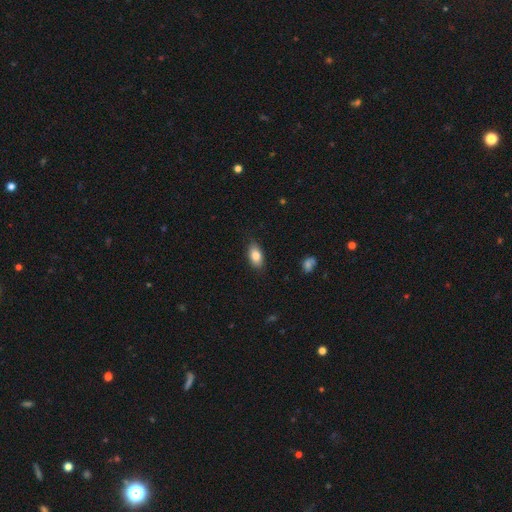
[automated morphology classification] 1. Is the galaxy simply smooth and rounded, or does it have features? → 83% smooth, 10% featured or disk, 7% star or artifact.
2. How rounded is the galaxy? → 91% in between, 6% round, 4% cigar-shaped.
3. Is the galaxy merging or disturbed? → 84% none, 12% minor disturbance, 2% major disturbance, 1% merger.